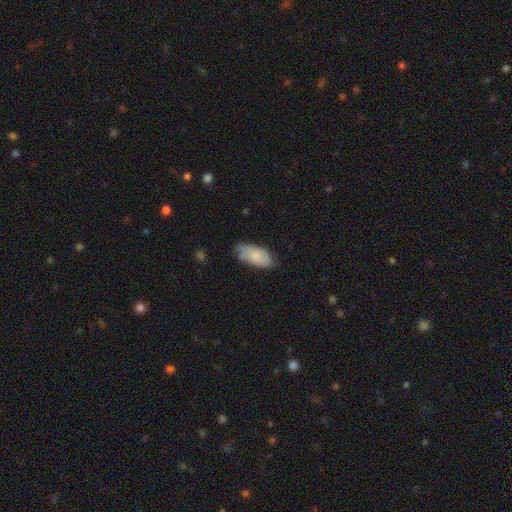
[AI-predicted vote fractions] Smooth or featured: smooth — 72% (featured or disk — 21%)
How rounded: in between — 91% (cigar-shaped — 6%)
Merging: none — 53% (minor disturbance — 36%)